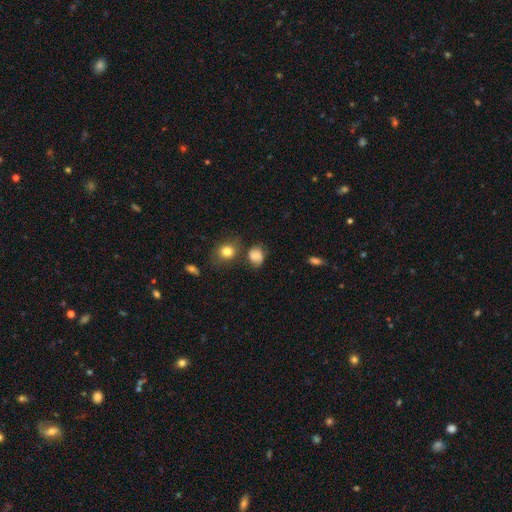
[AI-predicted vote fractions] Smooth or featured: smooth — 75% (featured or disk — 13%)
How rounded: round — 54% (in between — 44%)
Merging: none — 57% (minor disturbance — 24%)